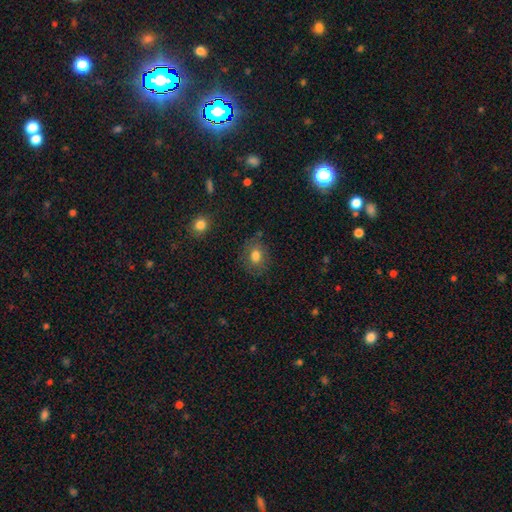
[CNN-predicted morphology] smooth-or-featured: smooth: 77% | featured or disk: 12% | star or artifact: 11%
  how-rounded: round: 56% | in between: 43% | cigar-shaped: 1%
  merging: none: 77% | minor disturbance: 16% | major disturbance: 5% | merger: 2%